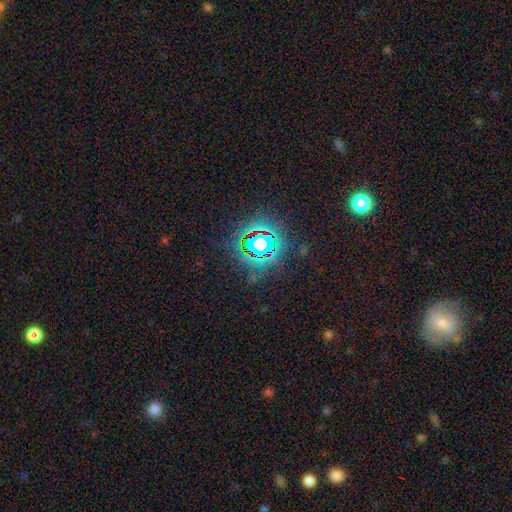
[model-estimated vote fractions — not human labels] smooth-or-featured: star or artifact: 81% | smooth: 11% | featured or disk: 8%